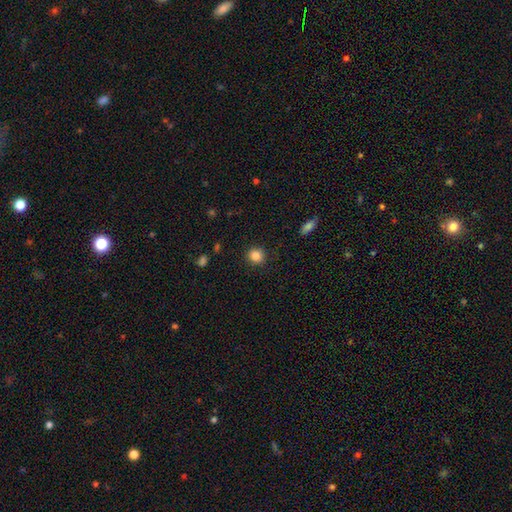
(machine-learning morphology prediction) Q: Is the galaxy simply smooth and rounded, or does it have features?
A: smooth — 85%.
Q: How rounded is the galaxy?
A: round — 86%.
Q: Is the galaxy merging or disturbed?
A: none — 90%.